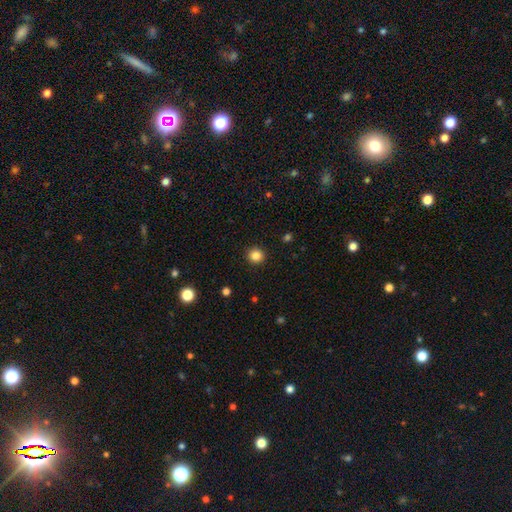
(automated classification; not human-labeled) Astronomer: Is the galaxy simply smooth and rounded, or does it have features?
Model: smooth — 85%.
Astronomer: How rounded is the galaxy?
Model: round — 92%.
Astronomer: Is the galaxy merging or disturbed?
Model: none — 93%.